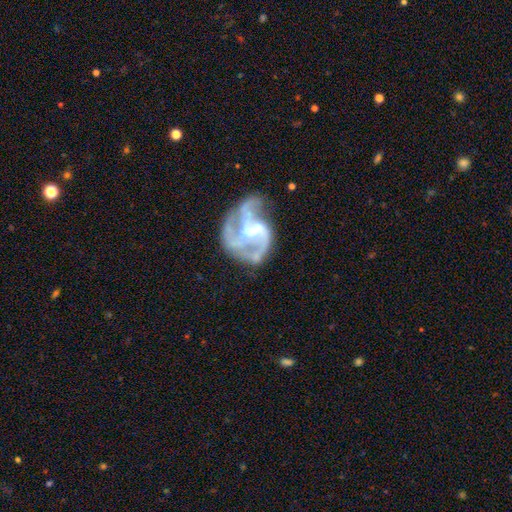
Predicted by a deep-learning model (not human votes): The model was most divided on "bulge size": small: 40%, moderate: 35%, none: 20%, large: 4%, dominant: 1%. Remaining: edge-on disk — no (98%); spiral arms — yes (92%); smooth or featured — featured or disk (85%); bar — weak (51%); spiral winding — medium (49%); merging — none (44%); spiral arm count — 3 (37%).